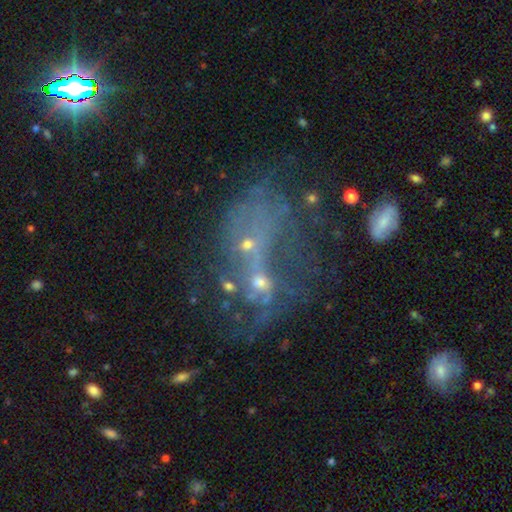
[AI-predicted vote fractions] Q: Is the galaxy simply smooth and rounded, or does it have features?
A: featured or disk — 40%.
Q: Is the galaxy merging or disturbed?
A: merger — 42%.